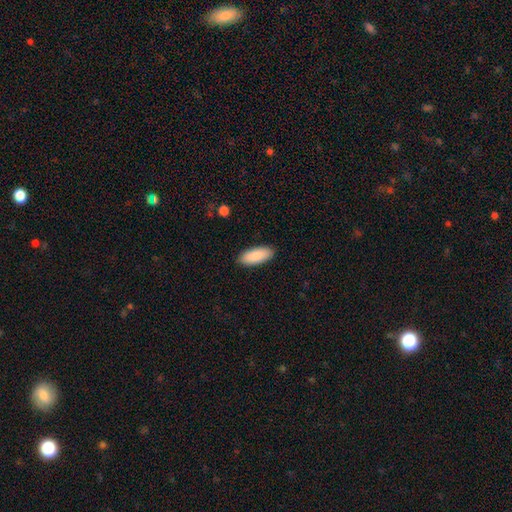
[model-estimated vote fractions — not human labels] Smooth or featured? smooth (90%)
How rounded? in between (82%)
Merging? none (89%)